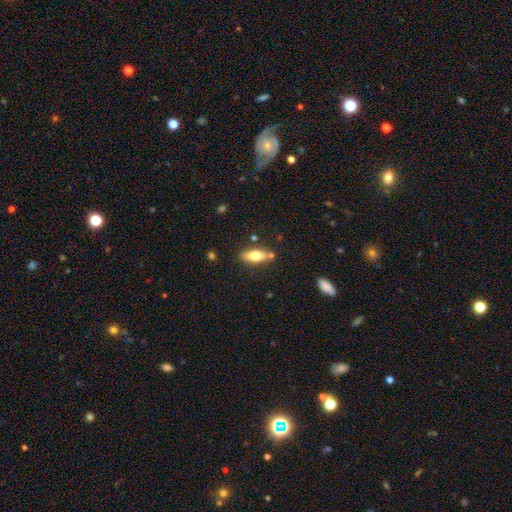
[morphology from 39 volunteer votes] Volunteers were most divided on "how rounded": cigar-shaped: 55%, in between: 45%, round: 0%. More confident: merging — none (86%); smooth or featured — smooth (51%).